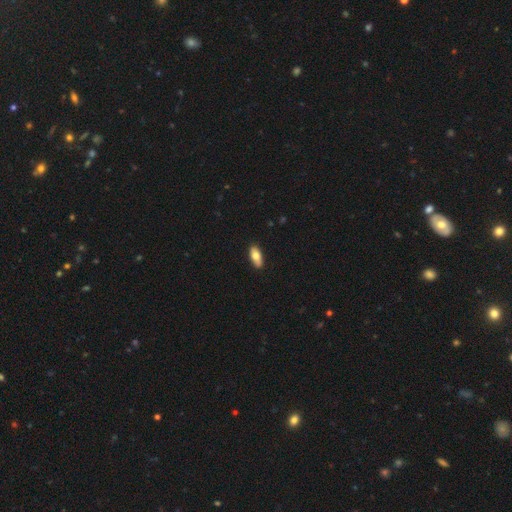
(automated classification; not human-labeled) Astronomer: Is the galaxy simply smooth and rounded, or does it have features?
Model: smooth — 77%.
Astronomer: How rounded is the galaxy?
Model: in between — 83%.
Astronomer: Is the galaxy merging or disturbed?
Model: none — 87%.